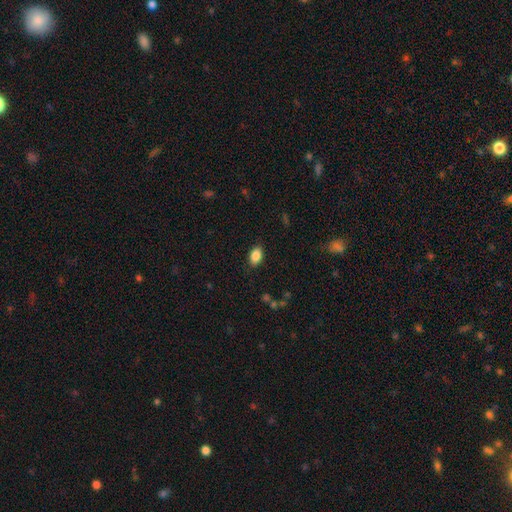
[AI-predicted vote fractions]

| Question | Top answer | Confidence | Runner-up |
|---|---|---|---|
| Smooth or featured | smooth | 87% | star or artifact (8%) |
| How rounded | in between | 89% | round (9%) |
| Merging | none | 86% | minor disturbance (10%) |